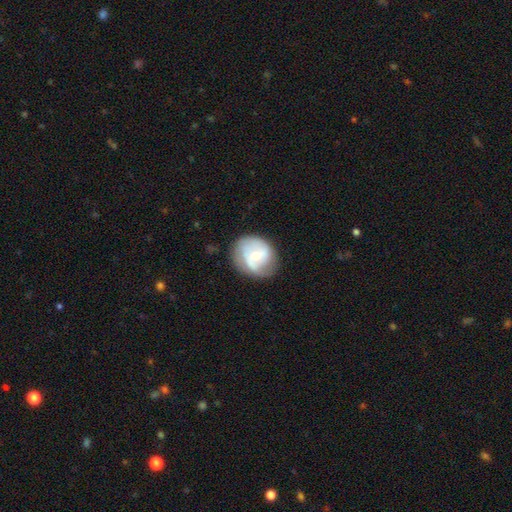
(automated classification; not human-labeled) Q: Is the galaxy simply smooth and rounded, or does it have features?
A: featured or disk — 56%.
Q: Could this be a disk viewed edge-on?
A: no — 97%.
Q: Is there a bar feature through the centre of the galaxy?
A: no — 51%.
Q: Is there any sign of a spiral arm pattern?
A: yes — 76%.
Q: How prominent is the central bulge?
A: small — 54%.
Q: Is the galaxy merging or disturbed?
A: none — 65%.